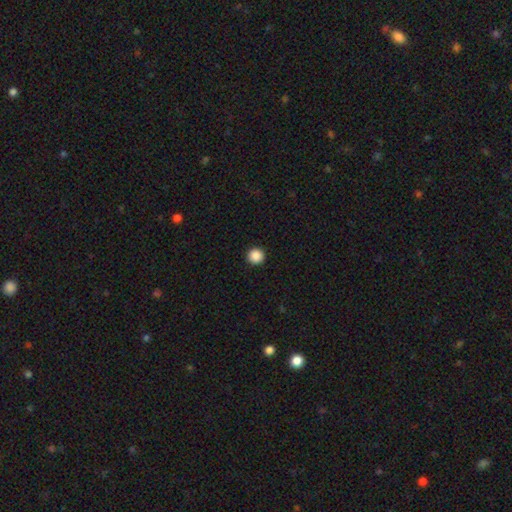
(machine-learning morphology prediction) smooth-or-featured: smooth: 89% | star or artifact: 9% | featured or disk: 2%
  how-rounded: round: 96% | in between: 3% | cigar-shaped: 1%
  merging: none: 94% | minor disturbance: 4% | major disturbance: 1% | merger: 1%